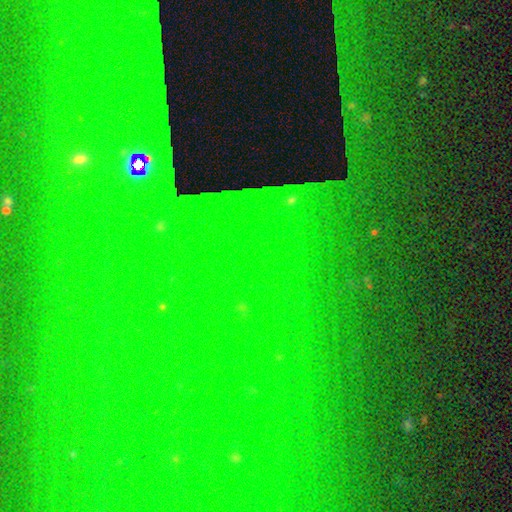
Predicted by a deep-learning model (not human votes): Morphology: type=star or artifact (80%).